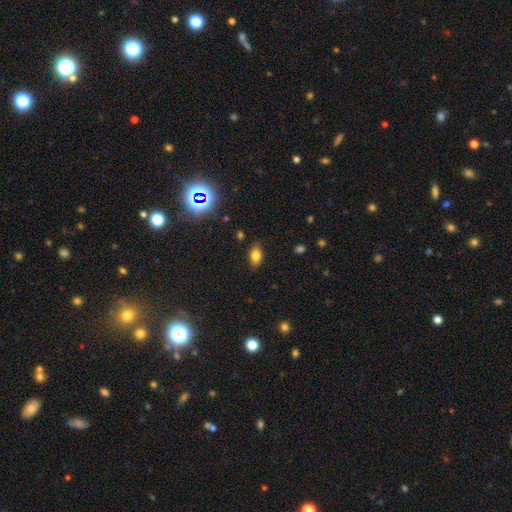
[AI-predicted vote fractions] smooth_or_featured: smooth (p=0.76) [alt: star or artifact p=0.13]
how_rounded: in between (p=0.86) [alt: round p=0.11]
merging: none (p=0.83) [alt: minor disturbance p=0.13]